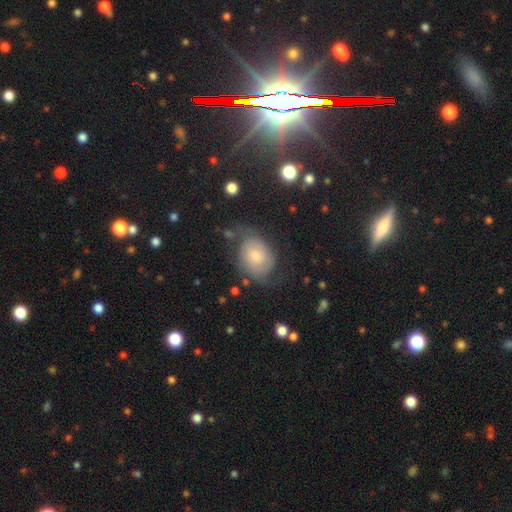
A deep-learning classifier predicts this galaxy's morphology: type=featured or disk (60%); edge-on=no (97%); bar=no (71%); spiral arms=yes (86%); bulge=moderate (49%); merging=none (58%).